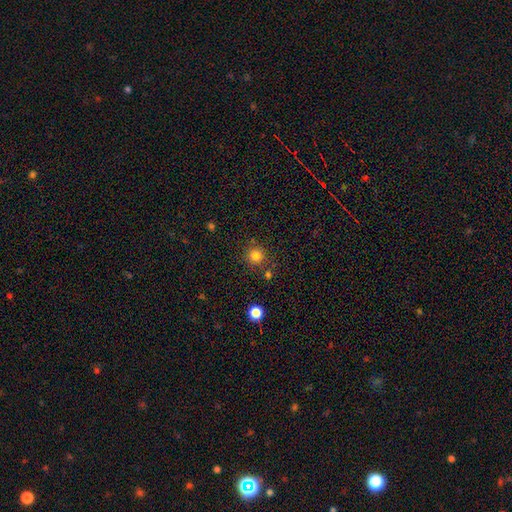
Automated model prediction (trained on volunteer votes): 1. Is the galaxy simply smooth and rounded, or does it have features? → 82% smooth, 13% star or artifact, 5% featured or disk.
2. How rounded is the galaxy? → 94% round, 5% in between, 1% cigar-shaped.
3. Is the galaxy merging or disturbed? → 83% none, 9% minor disturbance, 6% merger, 3% major disturbance.